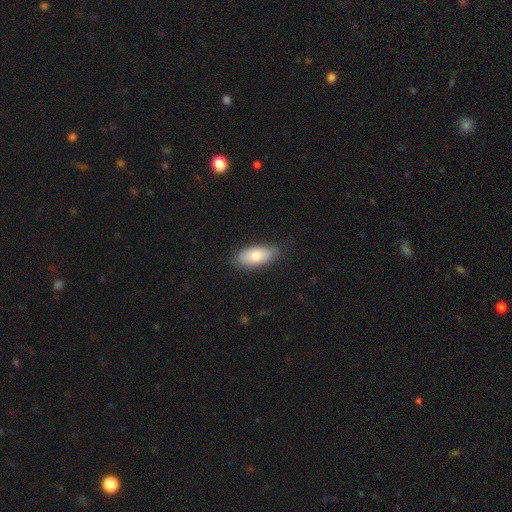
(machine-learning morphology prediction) Q: Smooth or featured?
A: smooth (73%); runner-up: featured or disk (21%)
Q: How rounded?
A: in between (89%); runner-up: cigar-shaped (8%)
Q: Merging?
A: none (80%); runner-up: minor disturbance (16%)